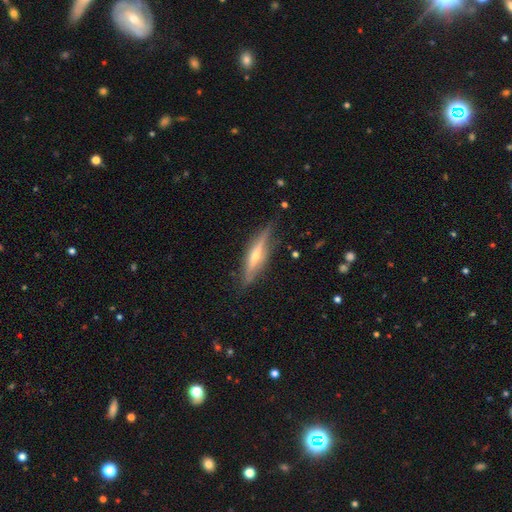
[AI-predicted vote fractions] Smooth or featured?
  - featured or disk: 70% *
  - smooth: 24%
  - star or artifact: 6%
Edge-on disk?
  - yes: 94% *
  - no: 6%
Edge-on bulge?
  - rounded: 78% *
  - none: 13%
  - boxy: 9%
Merging?
  - none: 82% *
  - minor disturbance: 14%
  - major disturbance: 3%
  - merger: 1%